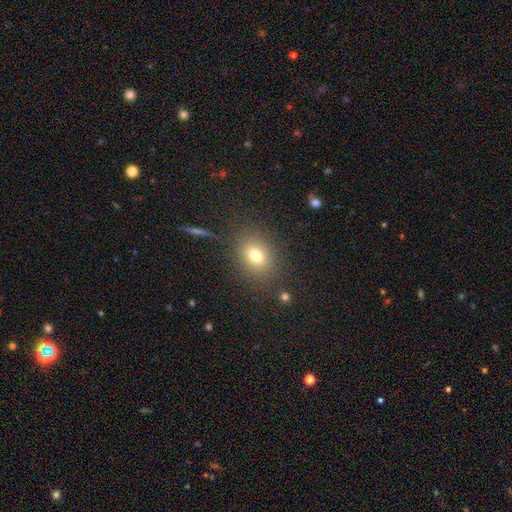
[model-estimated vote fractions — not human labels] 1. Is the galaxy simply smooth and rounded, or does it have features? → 75% smooth, 14% star or artifact, 11% featured or disk.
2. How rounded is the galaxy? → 61% in between, 37% round, 2% cigar-shaped.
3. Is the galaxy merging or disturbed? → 82% none, 10% minor disturbance, 5% major disturbance, 3% merger.